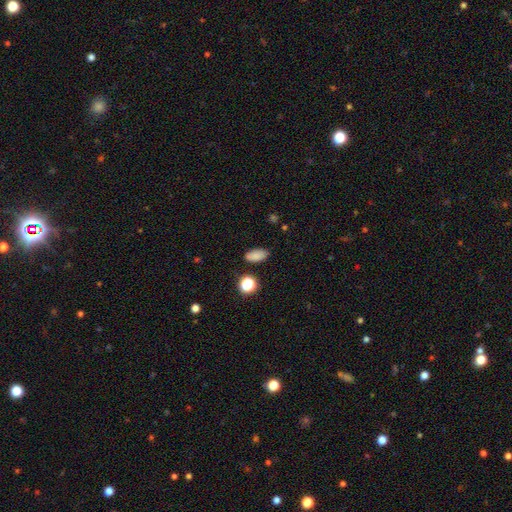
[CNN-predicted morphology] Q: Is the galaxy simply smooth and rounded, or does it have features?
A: smooth — 82%.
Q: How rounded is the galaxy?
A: in between — 88%.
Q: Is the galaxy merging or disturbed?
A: none — 82%.